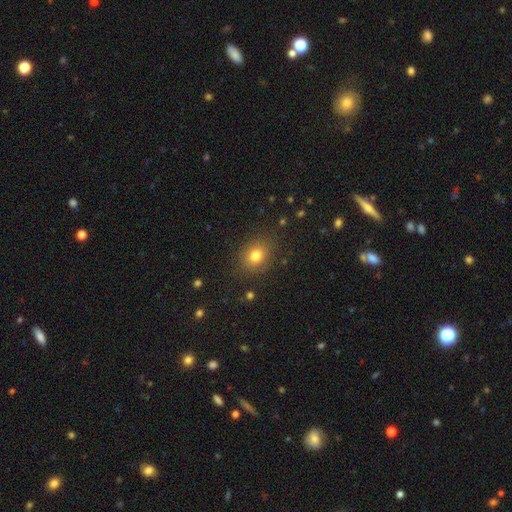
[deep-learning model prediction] smooth-or-featured: smooth: 79% | star or artifact: 13% | featured or disk: 8%
  how-rounded: round: 53% | in between: 46% | cigar-shaped: 1%
  merging: none: 85% | minor disturbance: 10% | major disturbance: 4% | merger: 1%